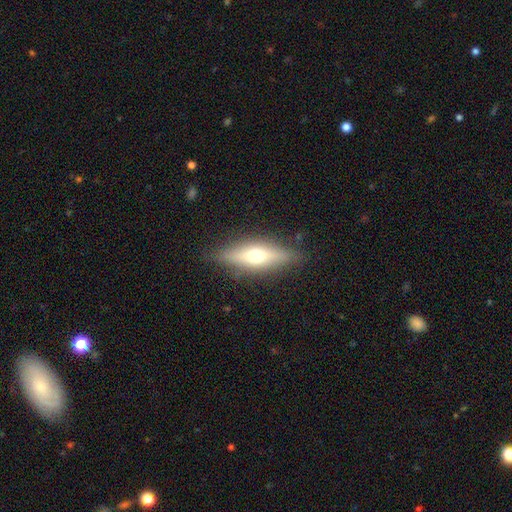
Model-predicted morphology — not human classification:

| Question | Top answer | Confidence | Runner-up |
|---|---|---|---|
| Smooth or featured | featured or disk | 47% | smooth (45%) |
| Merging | none | 84% | minor disturbance (11%) |